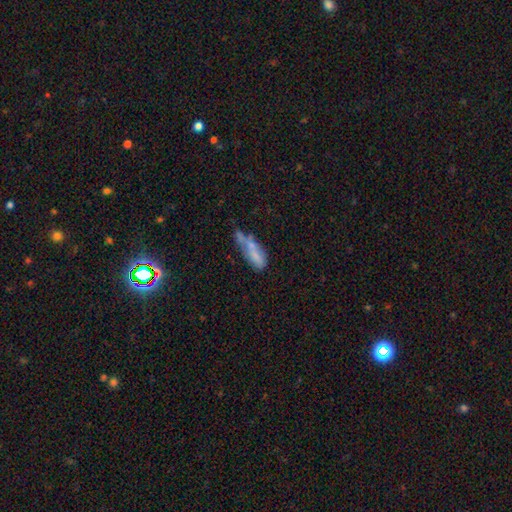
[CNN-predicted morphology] This is likely a smooth galaxy (64%). How rounded: likely in between (62%). Merging: marginally none (30%).